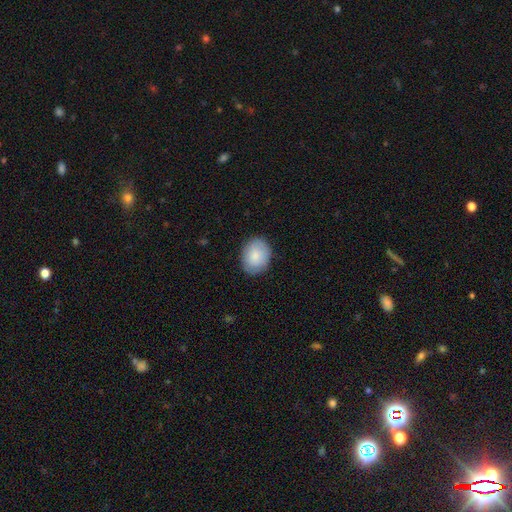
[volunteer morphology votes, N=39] A smooth galaxy with no disk features (90%) that is in between round and cigar-shaped (57%).

Vote fractions:
- Smooth or featured? smooth: 90% / star or artifact: 8% / featured or disk: 3%
- How rounded? in between: 57% / round: 43% / cigar-shaped: 0%
- Merging? none: 86% / minor disturbance: 8% / major disturbance: 6% / merger: 0%